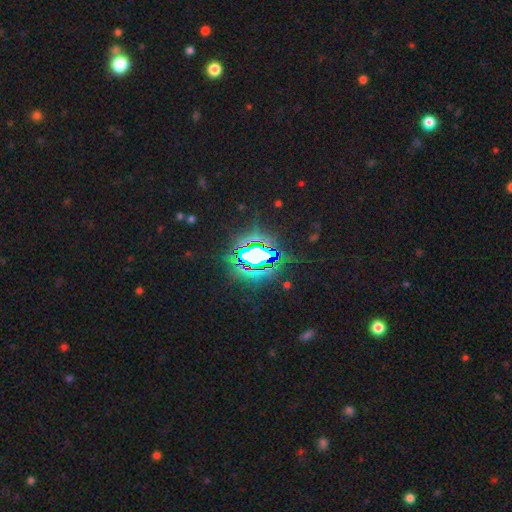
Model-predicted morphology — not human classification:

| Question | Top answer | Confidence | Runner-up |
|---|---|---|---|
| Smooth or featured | star or artifact | 76% | smooth (14%) |